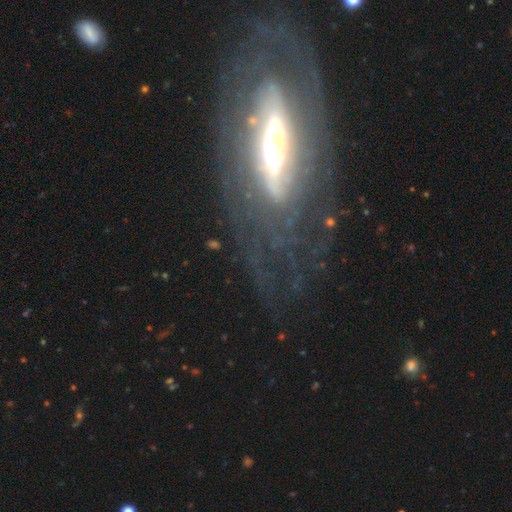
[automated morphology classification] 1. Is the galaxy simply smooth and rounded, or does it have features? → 83% featured or disk, 10% smooth, 6% star or artifact.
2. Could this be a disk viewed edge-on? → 78% no, 22% yes.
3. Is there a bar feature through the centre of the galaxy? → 50% strong, 25% no, 25% weak.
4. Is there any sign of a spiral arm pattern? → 78% yes, 22% no.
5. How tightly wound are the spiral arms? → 60% tight, 28% medium, 12% loose.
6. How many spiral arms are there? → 45% can't tell, 33% 2, 7% 3, 5% 1, 5% 4, 5% more than 4.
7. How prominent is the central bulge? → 42% moderate, 30% large, 20% small, 5% dominant, 3% none.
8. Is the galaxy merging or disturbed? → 69% none, 15% minor disturbance, 14% major disturbance, 2% merger.